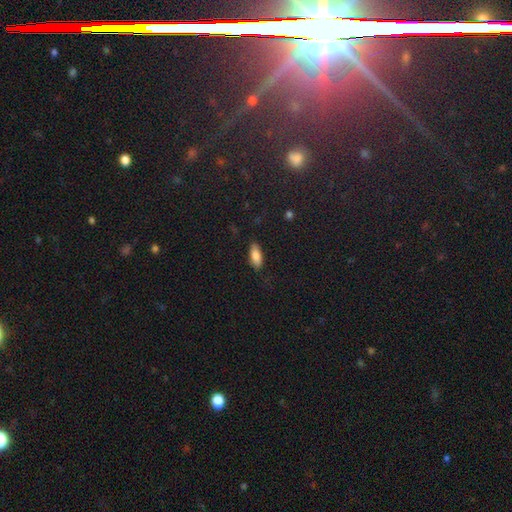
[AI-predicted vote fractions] The model was most divided on "how rounded": in between: 81%, cigar-shaped: 17%, round: 2%. More confident: smooth or featured — smooth (84%); merging — none (84%).